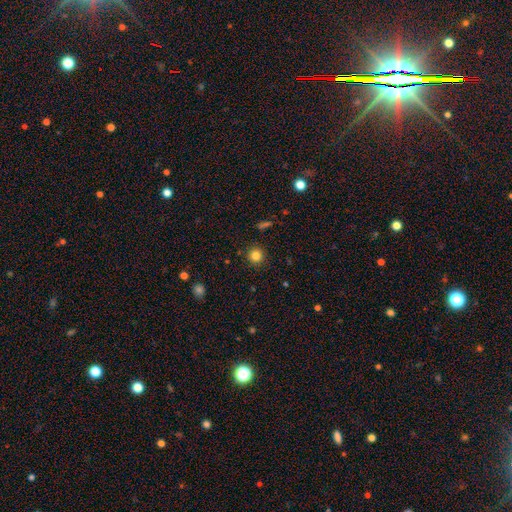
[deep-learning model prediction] Overall: smooth (83%). How rounded: round (94%). Merging: none (91%).